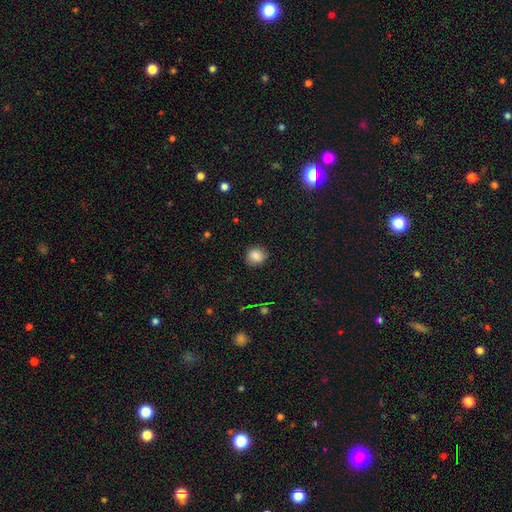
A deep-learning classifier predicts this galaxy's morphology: type=smooth (84%); roundness=round (79%); merging=none (82%).